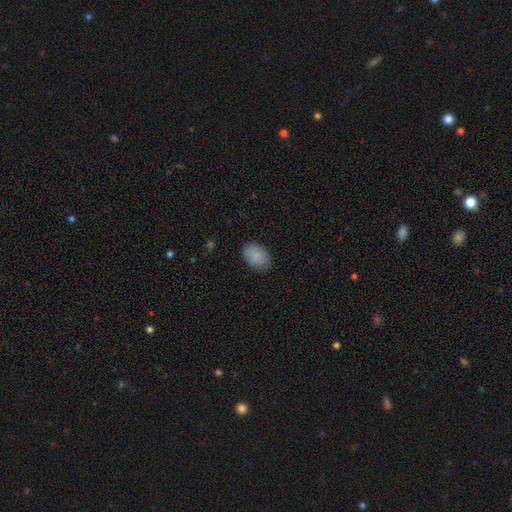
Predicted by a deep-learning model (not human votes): smooth-or-featured: smooth: 88% | star or artifact: 7% | featured or disk: 5%
  how-rounded: in between: 80% | round: 19% | cigar-shaped: 1%
  merging: none: 83% | minor disturbance: 13% | major disturbance: 3% | merger: 1%